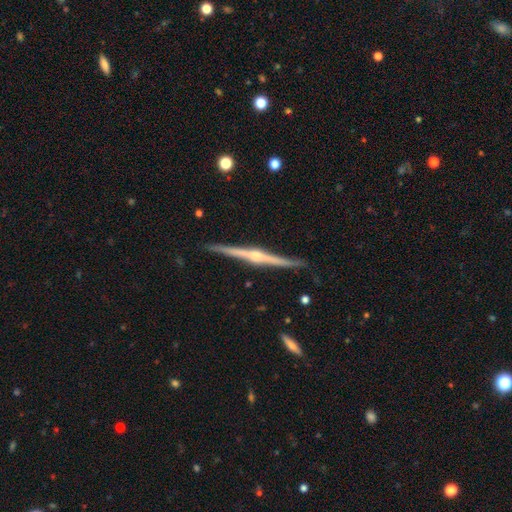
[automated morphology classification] Smooth or featured?
  - featured or disk: 87% *
  - smooth: 9%
  - star or artifact: 5%
Edge-on disk?
  - yes: 99% *
  - no: 1%
Edge-on bulge?
  - rounded: 86% *
  - boxy: 7%
  - none: 6%
Merging?
  - none: 90% *
  - minor disturbance: 7%
  - major disturbance: 1%
  - merger: 1%